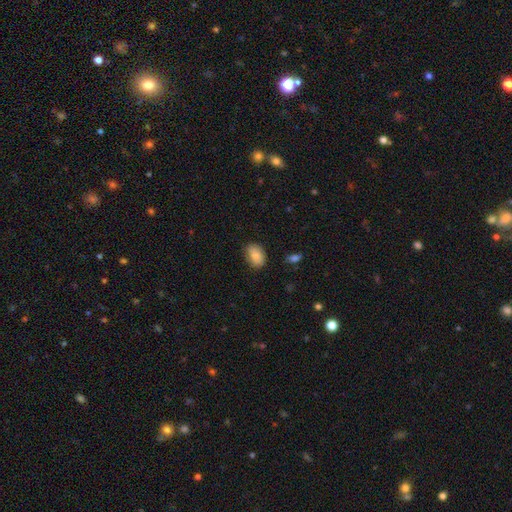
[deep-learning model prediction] The model was most divided on "merging": none: 79%, minor disturbance: 16%, major disturbance: 3%, merger: 1%. More confident: how rounded — in between (86%); smooth or featured — smooth (86%).